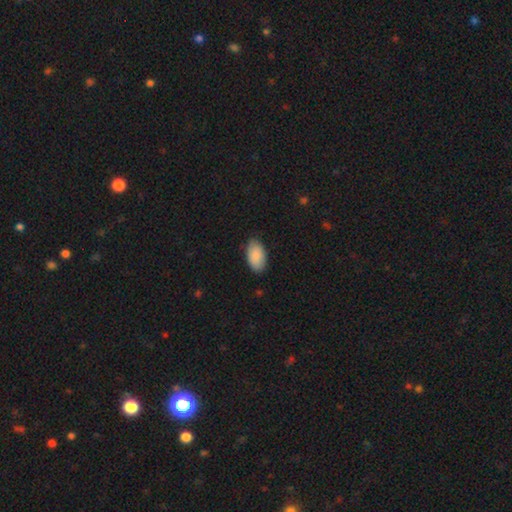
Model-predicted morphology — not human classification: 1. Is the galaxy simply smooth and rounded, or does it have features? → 89% smooth, 6% star or artifact, 5% featured or disk.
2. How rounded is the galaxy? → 95% in between, 3% round, 2% cigar-shaped.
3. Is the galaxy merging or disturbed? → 84% none, 13% minor disturbance, 2% major disturbance, 1% merger.